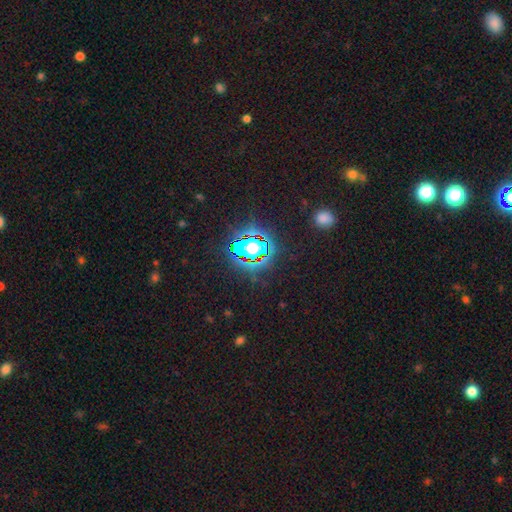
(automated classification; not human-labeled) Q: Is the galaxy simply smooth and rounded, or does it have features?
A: star or artifact — 80%.